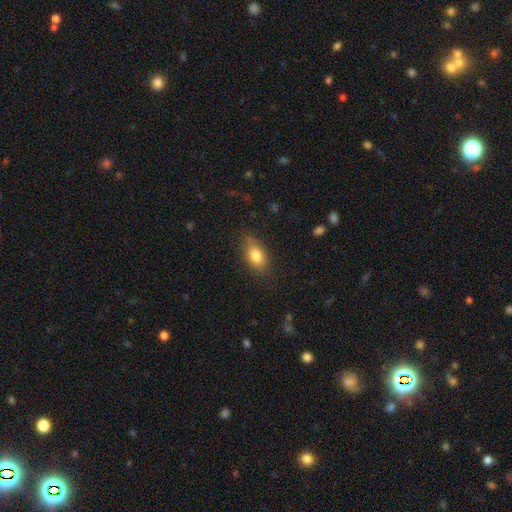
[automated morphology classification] Smooth or featured: smooth — 82% (featured or disk — 10%)
How rounded: in between — 86% (round — 9%)
Merging: none — 75% (minor disturbance — 19%)